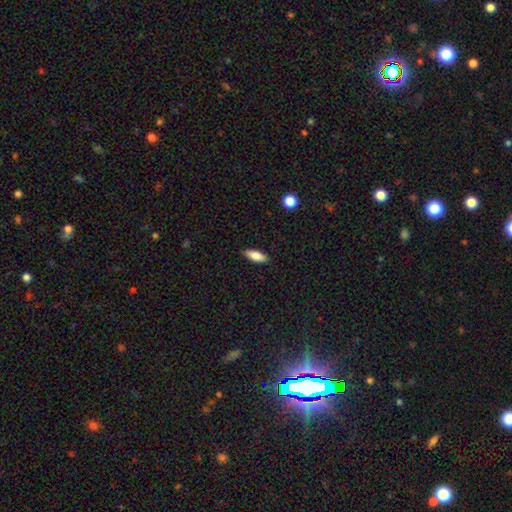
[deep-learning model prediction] A smooth galaxy with no disk features (82%) that is in between round and cigar-shaped (75%).

Vote fractions:
- Smooth or featured? smooth: 82% / featured or disk: 11% / star or artifact: 6%
- How rounded? in between: 75% / cigar-shaped: 23% / round: 2%
- Merging? none: 88% / minor disturbance: 9% / major disturbance: 2% / merger: 1%